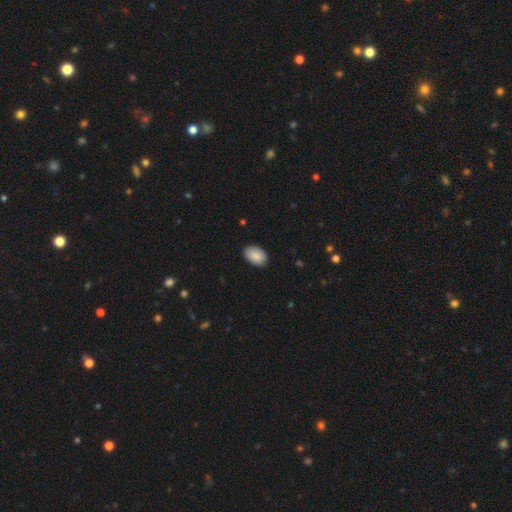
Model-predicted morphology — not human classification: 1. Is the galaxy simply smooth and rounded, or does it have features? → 89% smooth, 6% star or artifact, 5% featured or disk.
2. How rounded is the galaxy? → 91% in between, 8% round, 1% cigar-shaped.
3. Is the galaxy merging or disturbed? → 86% none, 11% minor disturbance, 2% major disturbance, 1% merger.